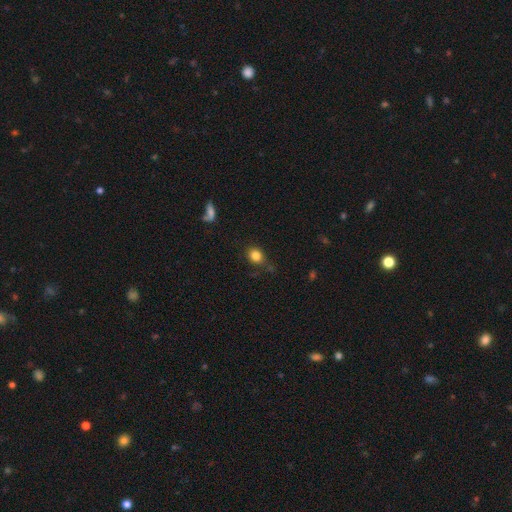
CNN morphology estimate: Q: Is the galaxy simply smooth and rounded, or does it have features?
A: smooth — 83%.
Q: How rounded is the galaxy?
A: round — 69%.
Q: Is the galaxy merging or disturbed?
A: none — 75%.